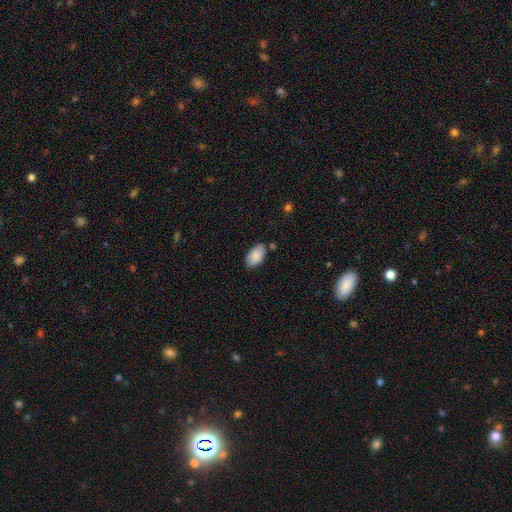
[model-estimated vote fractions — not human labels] smooth 87%, star or artifact 6%, featured or disk 6%. Down the decision tree: how rounded — in between (95%); merging — none (75%).